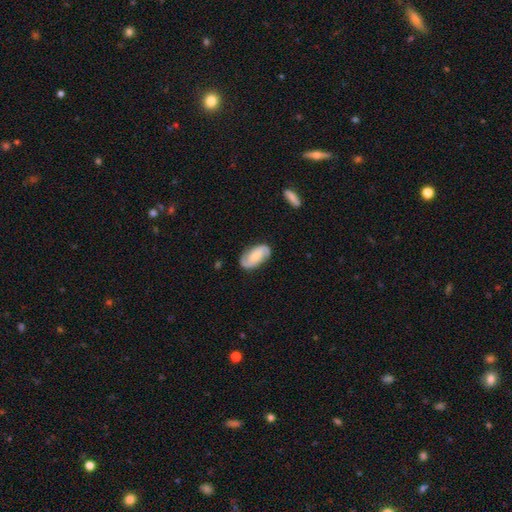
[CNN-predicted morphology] A featured or disk galaxy (68%) with no bar (48%), 2 (89%) medium (44%) spiral arms (94%) and a small central bulge (47%). Merging: none (81%).